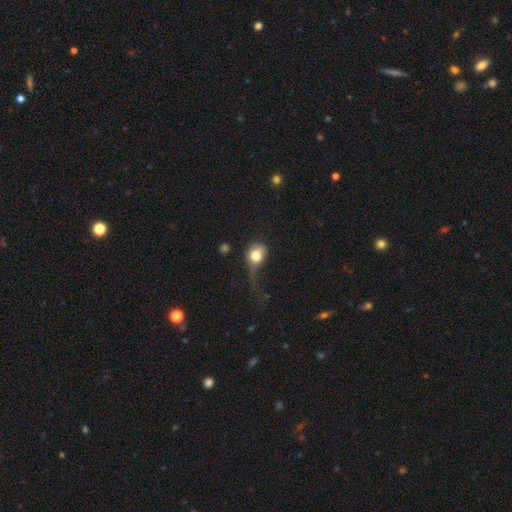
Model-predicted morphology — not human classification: A smooth galaxy with no disk features (76%) that is round (63%). Merging: major disturbance (41%).